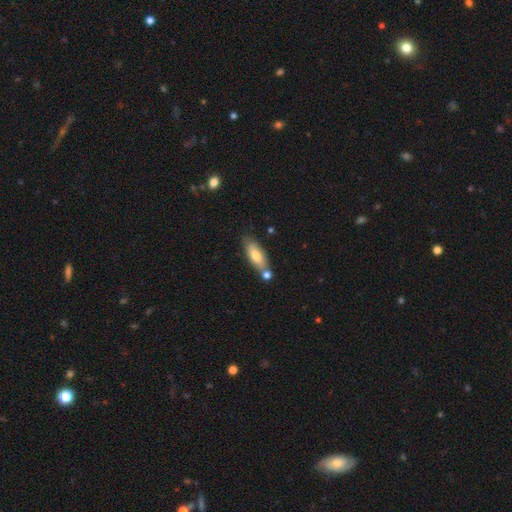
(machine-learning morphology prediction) Smooth or featured?
  - smooth: 72% *
  - featured or disk: 22%
  - star or artifact: 6%
How rounded?
  - in between: 69% *
  - cigar-shaped: 28%
  - round: 2%
Merging?
  - none: 59% *
  - merger: 22%
  - minor disturbance: 16%
  - major disturbance: 4%